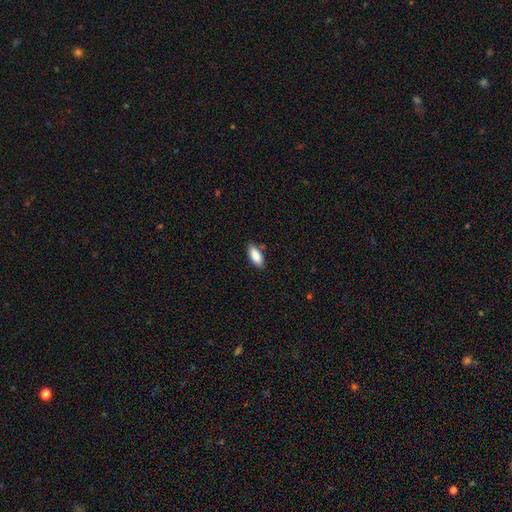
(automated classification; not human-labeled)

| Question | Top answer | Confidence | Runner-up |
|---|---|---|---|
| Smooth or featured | smooth | 88% | star or artifact (6%) |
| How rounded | in between | 85% | cigar-shaped (13%) |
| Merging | none | 84% | minor disturbance (12%) |